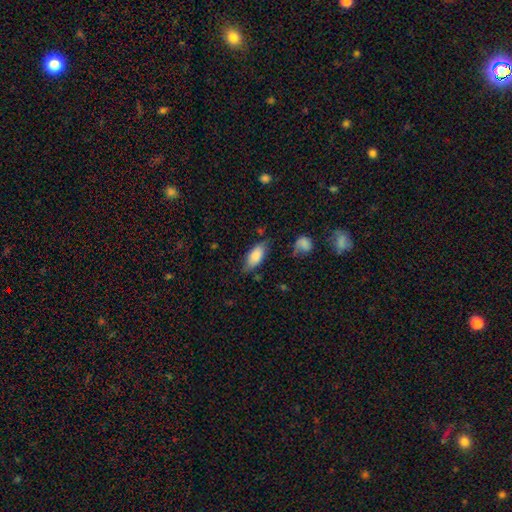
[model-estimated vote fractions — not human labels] A smooth galaxy with no disk features (82%) that is in between round and cigar-shaped (88%). Merging: none (66%).